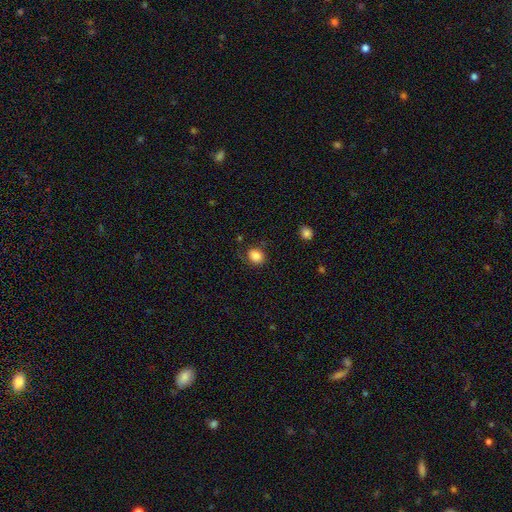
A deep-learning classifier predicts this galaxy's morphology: smooth_or_featured: smooth (p=0.85) [alt: star or artifact p=0.09]
how_rounded: round (p=0.64) [alt: in between p=0.35]
merging: none (p=0.72) [alt: minor disturbance p=0.18]